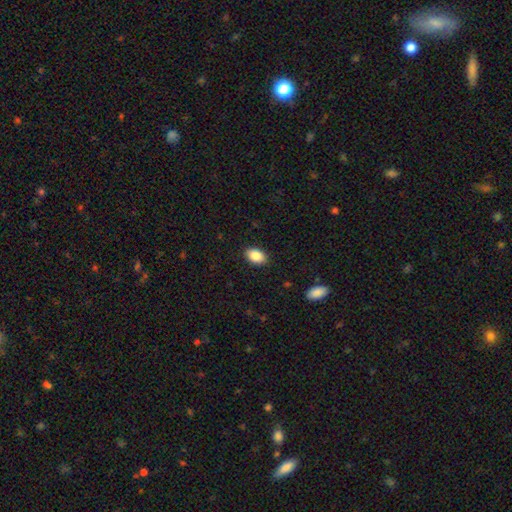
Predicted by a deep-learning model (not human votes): smooth 88%, star or artifact 8%, featured or disk 5%. Down the decision tree: how rounded — in between (88%); merging — none (89%).